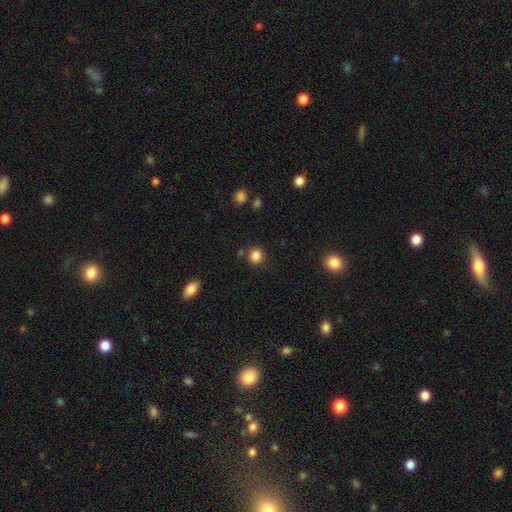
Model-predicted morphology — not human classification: Smooth or featured: smooth — 85% (star or artifact — 11%)
How rounded: round — 81% (in between — 18%)
Merging: none — 83% (minor disturbance — 9%)